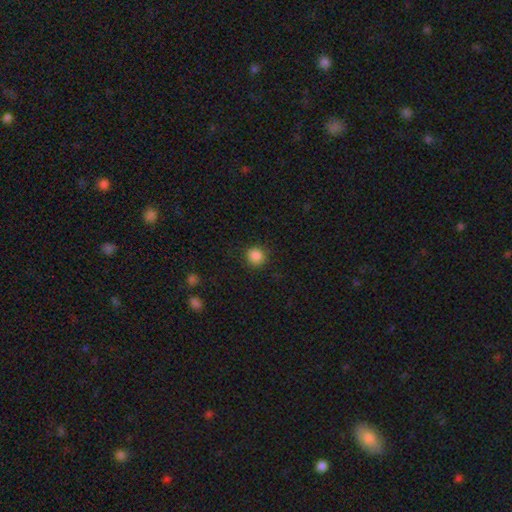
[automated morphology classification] Smooth or featured? Predicted: smooth (p=0.86). How rounded? Predicted: round (p=0.93). Merging? Predicted: none (p=0.90).